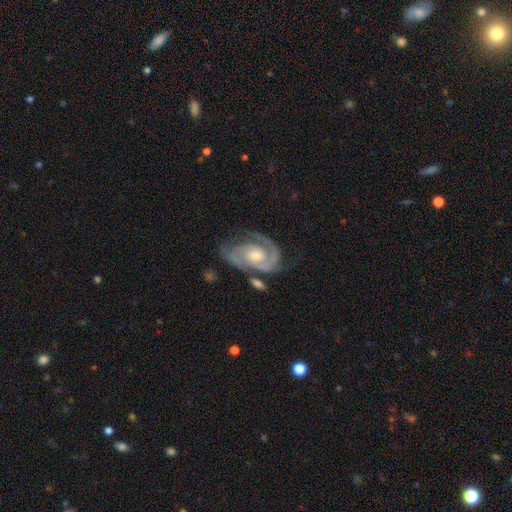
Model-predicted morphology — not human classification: A featured or disk galaxy (90%) with no bar (65%), 2 (75%) tight (62%) spiral arms (97%) and a moderate central bulge (56%).

Vote fractions:
- Smooth or featured? featured or disk: 90% / smooth: 6% / star or artifact: 4%
- Edge-on disk? no: 97% / yes: 3%
- Bar? no: 65% / weak: 28% / strong: 7%
- Spiral arms? yes: 97% / no: 3%
- Spiral winding? tight: 62% / medium: 33% / loose: 6%
- Spiral arm count? 2: 75% / 3: 9% / can't tell: 7% / 1: 6% / 4: 2% / more than 4: 2%
- Bulge size? moderate: 56% / small: 37% / large: 4% / none: 2% / dominant: 1%
- Merging? none: 65% / minor disturbance: 20% / major disturbance: 9% / merger: 6%